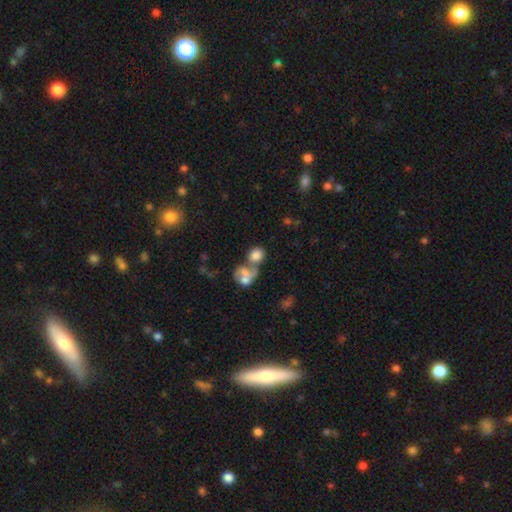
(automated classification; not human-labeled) Smooth or featured? smooth (74%)
How rounded? round (66%)
Merging? merger (51%)